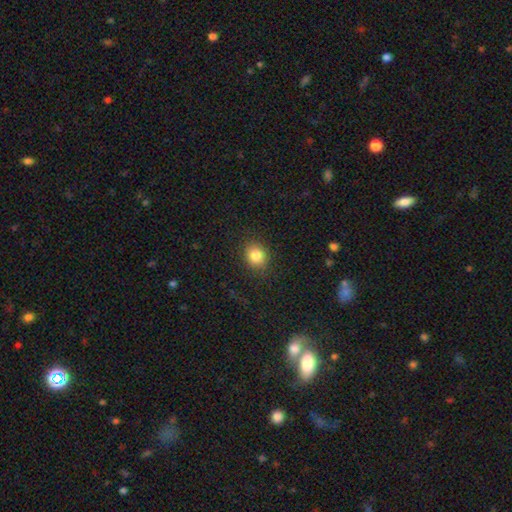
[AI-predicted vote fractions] smooth 83%, star or artifact 11%, featured or disk 6%. Down the decision tree: how rounded — round (67%); merging — none (87%).